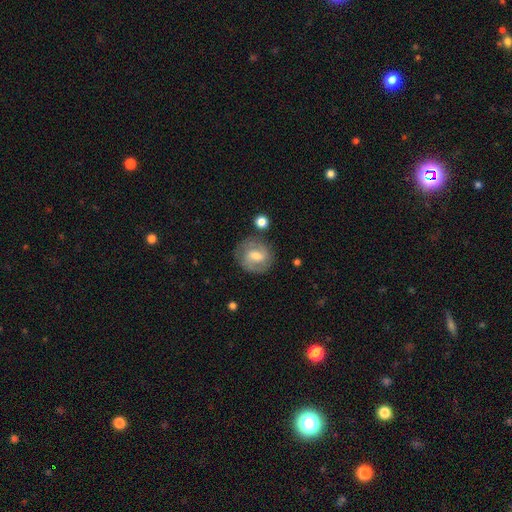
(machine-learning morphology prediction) featured or disk 59%, smooth 34%, star or artifact 7%. Down the decision tree: edge-on disk — no (97%); bar — weak (55%); spiral arms — yes (83%); bulge size — moderate (56%); merging — none (76%).